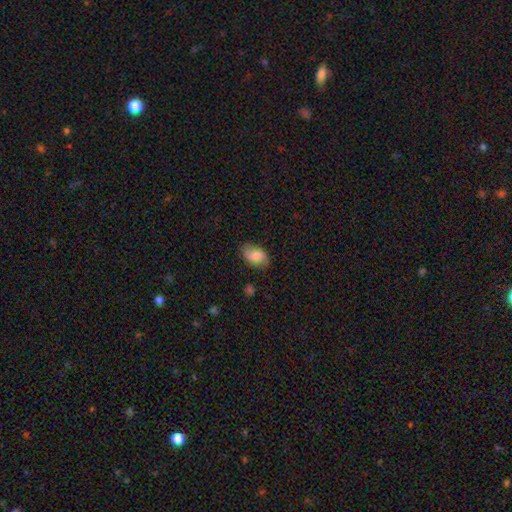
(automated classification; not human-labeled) Smooth or featured: smooth — 79% (featured or disk — 14%)
How rounded: in between — 90% (round — 9%)
Merging: none — 76% (minor disturbance — 18%)